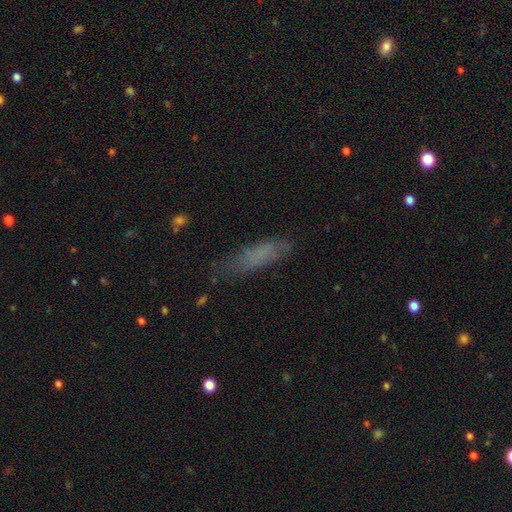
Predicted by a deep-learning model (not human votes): Smooth or featured?
  - smooth: 65% *
  - featured or disk: 21%
  - star or artifact: 14%
How rounded?
  - cigar-shaped: 65% *
  - in between: 33%
  - round: 2%
Merging?
  - none: 68% *
  - minor disturbance: 21%
  - major disturbance: 9%
  - merger: 2%